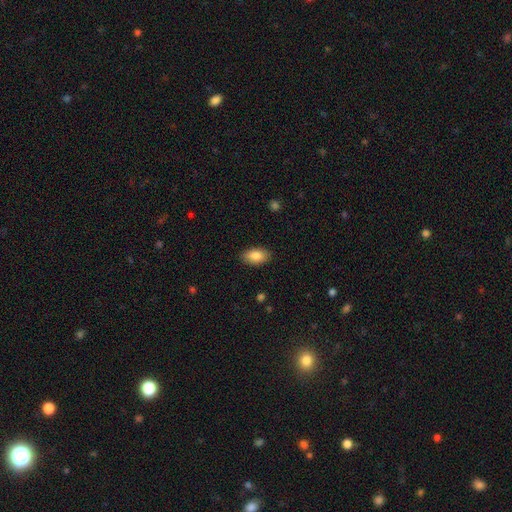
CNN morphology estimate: smooth_or_featured: smooth (p=0.86) [alt: featured or disk p=0.08]
how_rounded: in between (p=0.93) [alt: round p=0.05]
merging: none (p=0.88) [alt: minor disturbance p=0.09]